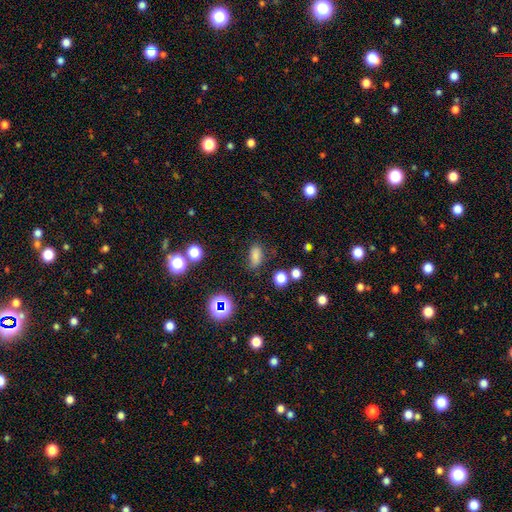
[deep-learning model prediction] Smooth or featured? Predicted: smooth (p=0.74). How rounded? Predicted: in between (p=0.85). Merging? Predicted: none (p=0.69).